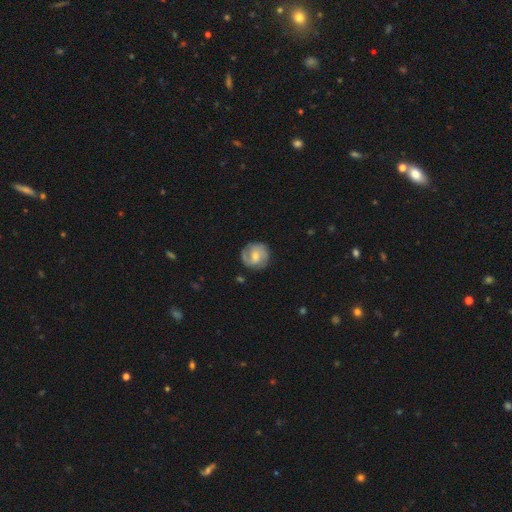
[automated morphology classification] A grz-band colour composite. It shows a featured or disk galaxy (65%) with a weak bar (45%, tied with no), 2 (66%) medium (42%) spiral arms (89%) and a moderate central bulge (52%). Merging: none (79%).